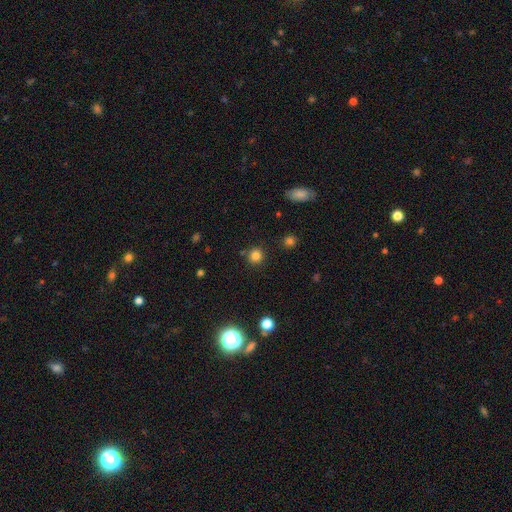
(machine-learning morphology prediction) This is clearly a smooth galaxy (81%). How rounded: clearly round (92%). Merging: clearly none (86%).